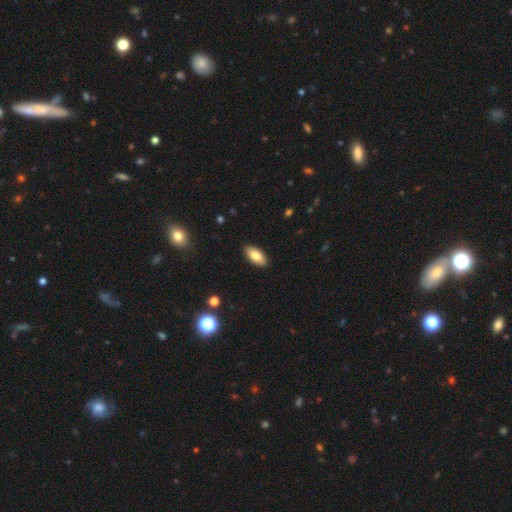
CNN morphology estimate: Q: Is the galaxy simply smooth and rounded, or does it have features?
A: smooth — 81%.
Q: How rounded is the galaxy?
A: in between — 89%.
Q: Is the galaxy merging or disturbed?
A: none — 89%.